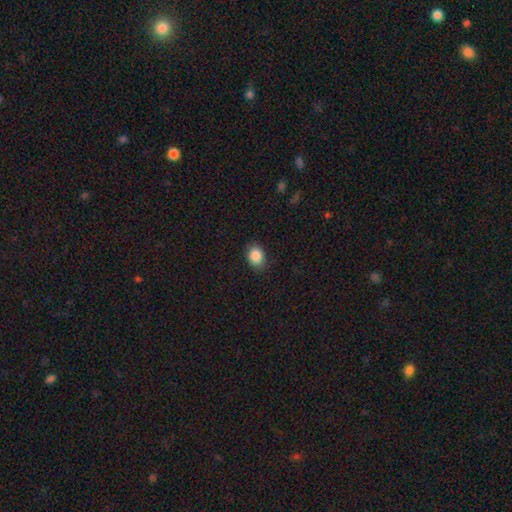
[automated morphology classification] type=smooth (88%); roundness=in between (59%); merging=none (83%).